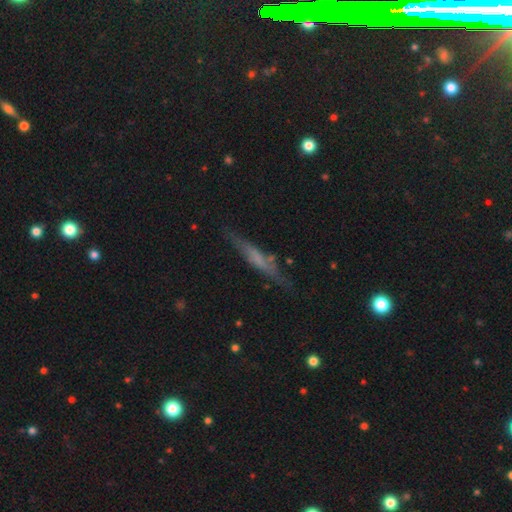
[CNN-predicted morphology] This appears to be a featured or disk galaxy (56%) viewed edge-on (85%). Merging: none (75%).